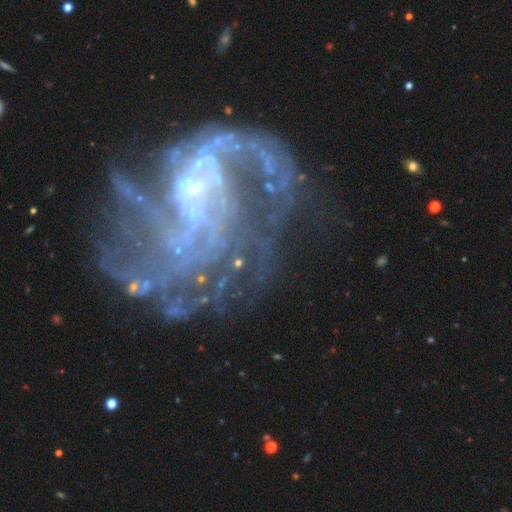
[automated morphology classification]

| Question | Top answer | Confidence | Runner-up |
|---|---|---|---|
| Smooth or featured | featured or disk | 86% | star or artifact (9%) |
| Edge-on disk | no | 98% | yes (2%) |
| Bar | no | 47% | weak (40%) |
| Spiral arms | yes | 89% | no (11%) |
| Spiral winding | medium | 41% | loose (35%) |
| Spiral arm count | can't tell | 30% | 2 (26%) |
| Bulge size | small | 48% | none (26%) |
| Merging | none | 40% | major disturbance (38%) |